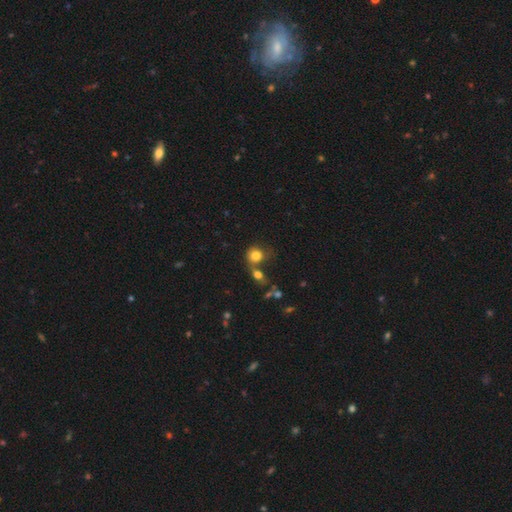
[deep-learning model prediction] Smooth or featured?
  - smooth: 79% *
  - star or artifact: 11%
  - featured or disk: 10%
How rounded?
  - round: 80% *
  - in between: 18%
  - cigar-shaped: 1%
Merging?
  - none: 44% *
  - merger: 36%
  - minor disturbance: 13%
  - major disturbance: 8%